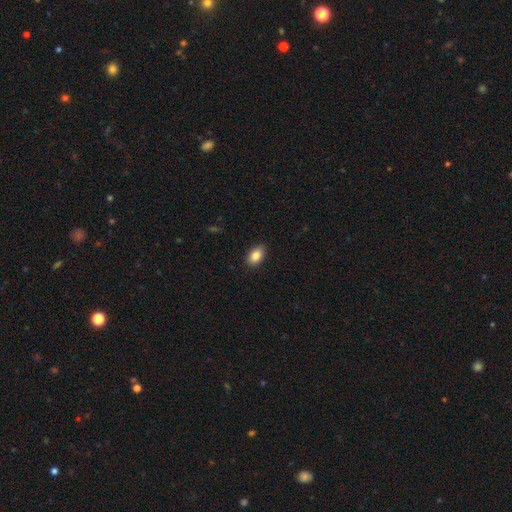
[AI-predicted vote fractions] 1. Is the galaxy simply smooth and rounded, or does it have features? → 86% smooth, 8% star or artifact, 6% featured or disk.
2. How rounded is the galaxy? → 88% in between, 11% round, 2% cigar-shaped.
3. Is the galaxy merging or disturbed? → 88% none, 9% minor disturbance, 2% major disturbance, 1% merger.